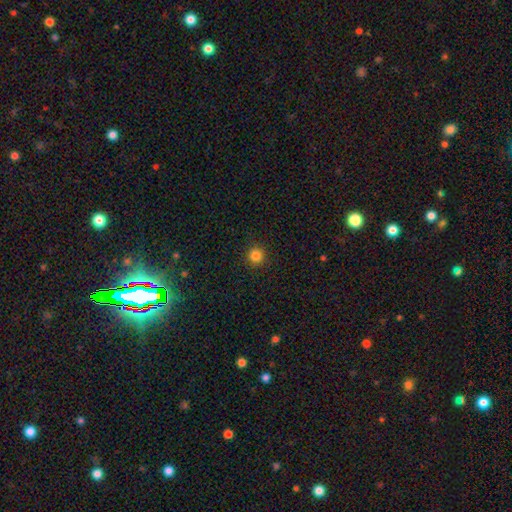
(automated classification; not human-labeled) Smooth or featured? Predicted: smooth (p=0.83). How rounded? Predicted: round (p=0.95). Merging? Predicted: none (p=0.92).